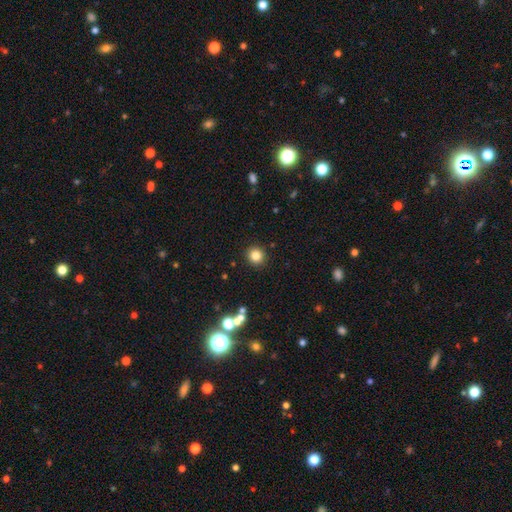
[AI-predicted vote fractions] Smooth or featured? smooth (82%)
How rounded? round (91%)
Merging? none (90%)